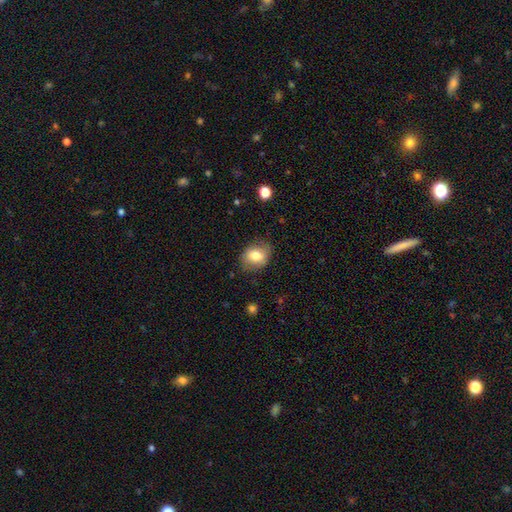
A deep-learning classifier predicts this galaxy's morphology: This is likely a smooth galaxy (74%). How rounded: likely in between (63%). Merging: likely none (78%).